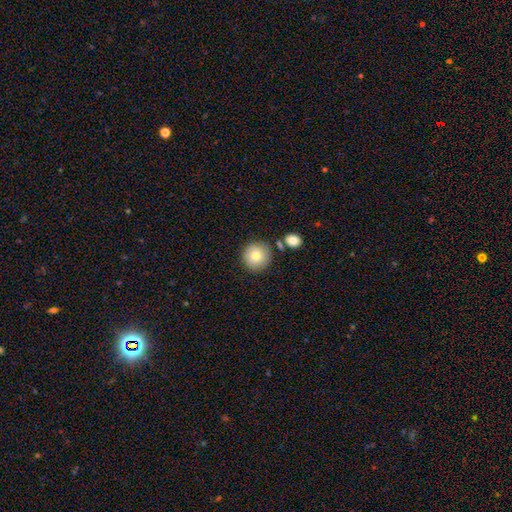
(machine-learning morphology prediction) type=smooth (79%); roundness=round (93%); merging=none (80%).